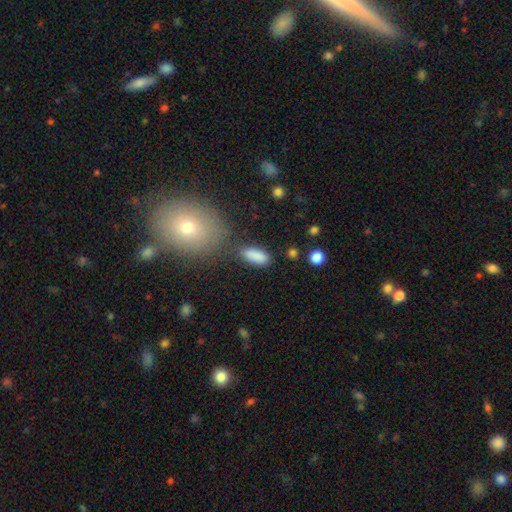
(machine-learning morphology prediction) A smooth galaxy with no disk features (88%) that is in between round and cigar-shaped (79%). Merging: none (75%).